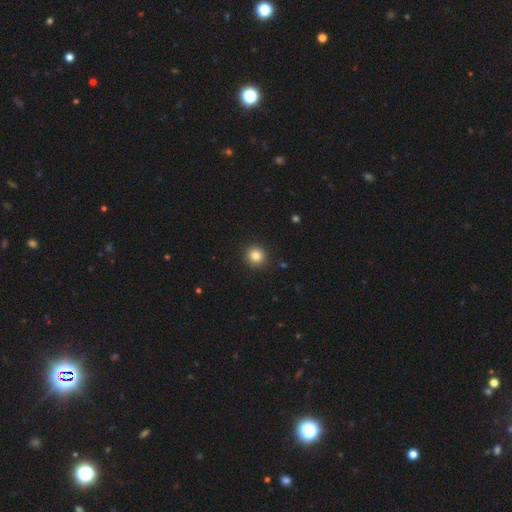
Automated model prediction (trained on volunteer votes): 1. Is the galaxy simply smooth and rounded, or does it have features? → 83% smooth, 11% star or artifact, 5% featured or disk.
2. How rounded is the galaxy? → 95% round, 4% in between, 1% cigar-shaped.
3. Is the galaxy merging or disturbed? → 93% none, 5% minor disturbance, 2% major disturbance, 1% merger.